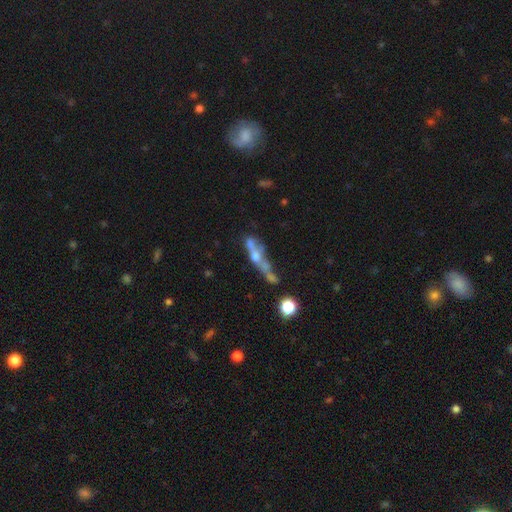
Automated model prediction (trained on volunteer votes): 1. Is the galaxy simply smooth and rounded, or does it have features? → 51% featured or disk, 33% smooth, 15% star or artifact.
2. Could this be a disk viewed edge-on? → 59% no, 41% yes.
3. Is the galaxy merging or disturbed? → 37% merger, 29% none, 18% major disturbance, 15% minor disturbance.